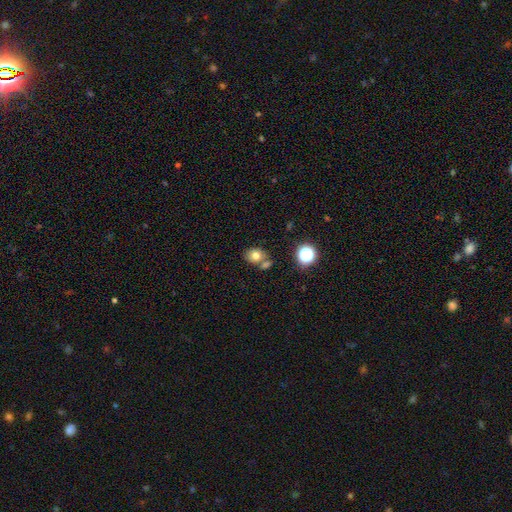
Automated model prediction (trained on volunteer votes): Overall: smooth (75%). How rounded: round (54%; in between 45%). Merging: none (57%; merger 27%).